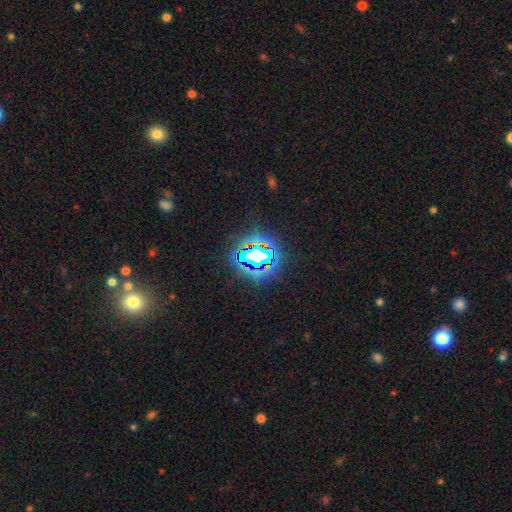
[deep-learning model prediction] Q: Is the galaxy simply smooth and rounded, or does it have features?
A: star or artifact — 72%.